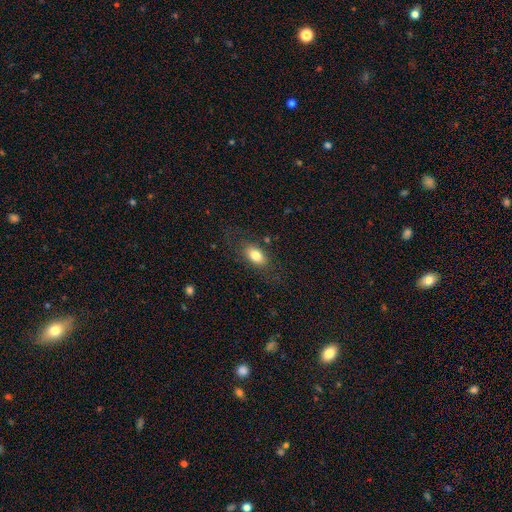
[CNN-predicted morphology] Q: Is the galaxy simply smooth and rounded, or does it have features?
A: smooth — 78%.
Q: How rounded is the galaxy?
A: in between — 88%.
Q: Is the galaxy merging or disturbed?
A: none — 79%.